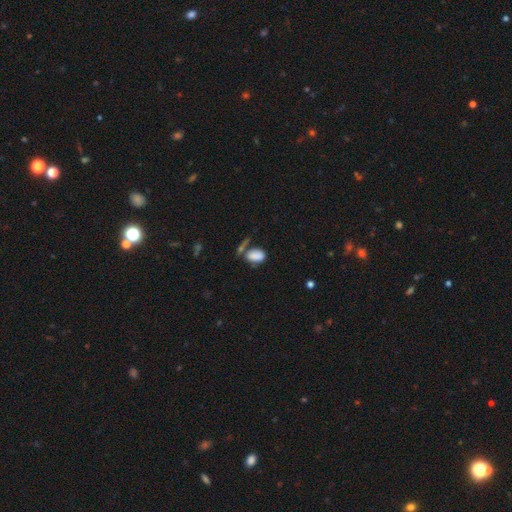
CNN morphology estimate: This appears to be a smooth galaxy with no disk features (85%) that is in between round and cigar-shaped (88%). Merging: none (51%).